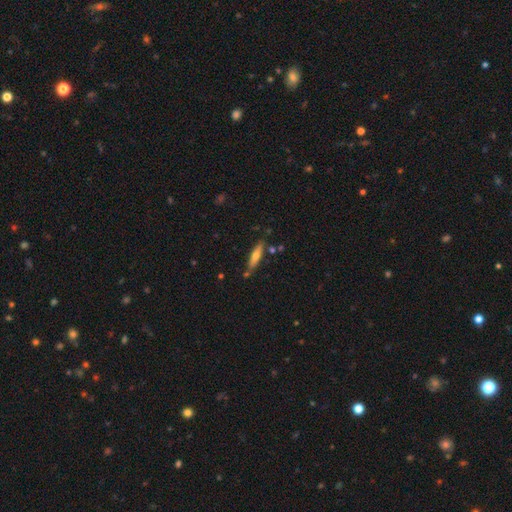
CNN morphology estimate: A smooth galaxy with no disk features (53%) that is cigar-shaped (78%). Merging: none (78%).